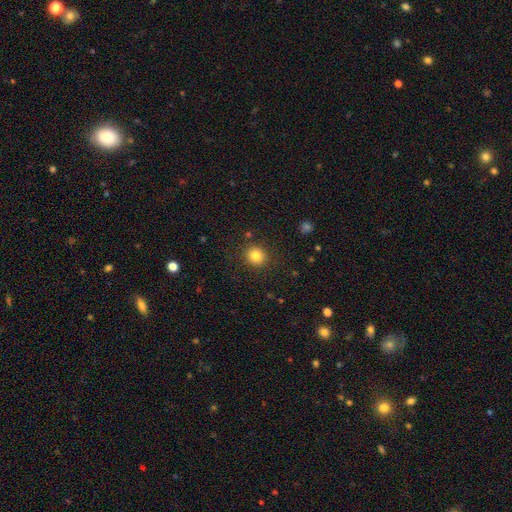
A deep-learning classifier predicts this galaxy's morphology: Smooth or featured: smooth — 83% (star or artifact — 12%)
How rounded: round — 88% (in between — 12%)
Merging: none — 89% (minor disturbance — 7%)